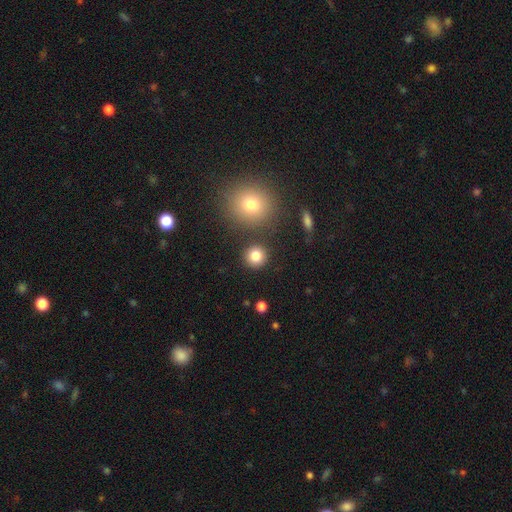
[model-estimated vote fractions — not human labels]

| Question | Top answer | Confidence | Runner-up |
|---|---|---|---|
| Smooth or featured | smooth | 83% | star or artifact (11%) |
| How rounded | round | 91% | in between (8%) |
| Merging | none | 86% | minor disturbance (7%) |